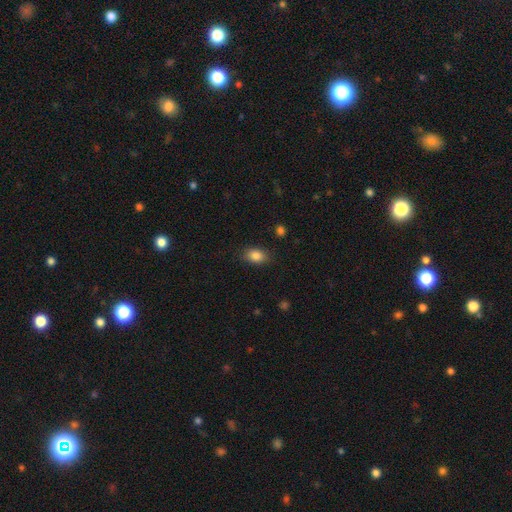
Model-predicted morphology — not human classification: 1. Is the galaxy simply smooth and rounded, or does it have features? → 86% smooth, 9% star or artifact, 6% featured or disk.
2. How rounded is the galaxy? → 81% in between, 17% round, 2% cigar-shaped.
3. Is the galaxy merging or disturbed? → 83% none, 13% minor disturbance, 3% major disturbance, 1% merger.